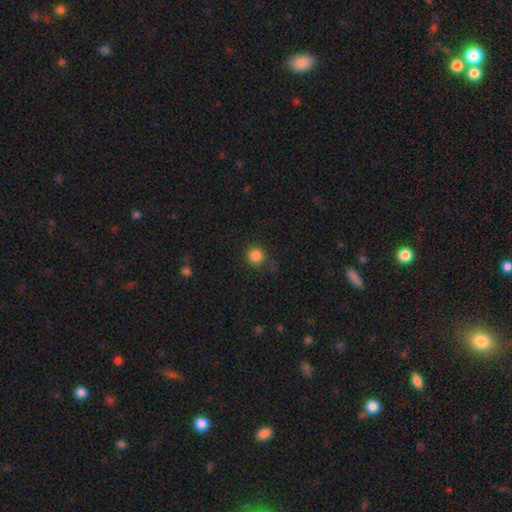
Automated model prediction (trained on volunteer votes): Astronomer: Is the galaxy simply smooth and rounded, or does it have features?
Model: smooth — 86%.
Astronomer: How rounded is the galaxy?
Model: round — 93%.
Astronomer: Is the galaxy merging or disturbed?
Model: none — 84%.